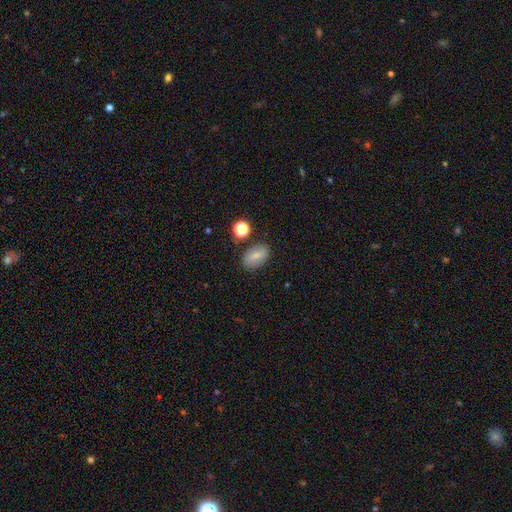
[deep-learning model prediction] Smooth or featured: smooth — 76% (featured or disk — 13%)
How rounded: in between — 87% (round — 10%)
Merging: none — 79% (minor disturbance — 13%)